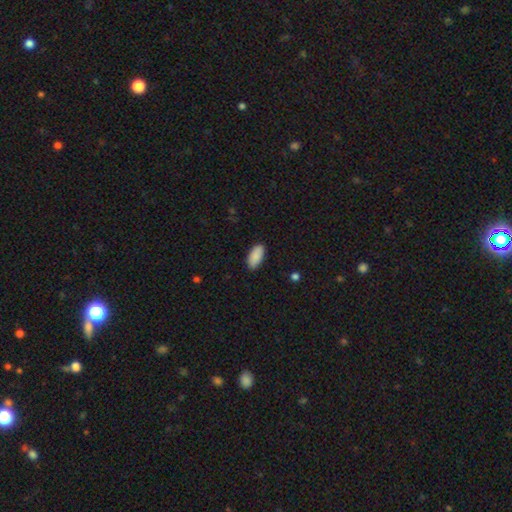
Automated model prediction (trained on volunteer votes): Q: Smooth or featured?
A: smooth (89%); runner-up: star or artifact (6%)
Q: How rounded?
A: in between (92%); runner-up: cigar-shaped (6%)
Q: Merging?
A: none (86%); runner-up: minor disturbance (11%)